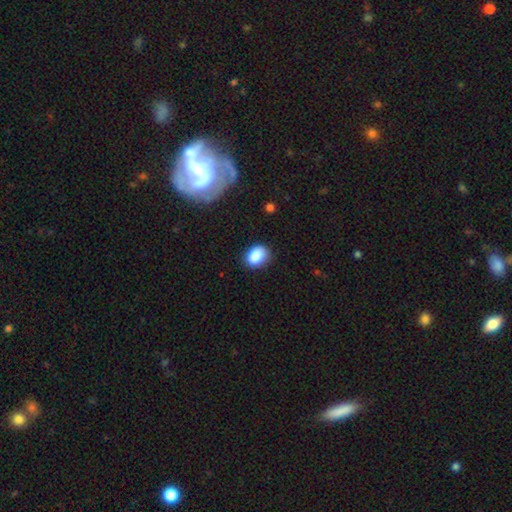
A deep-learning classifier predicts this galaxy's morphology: type=smooth (87%); roundness=in between (64%); merging=none (81%).